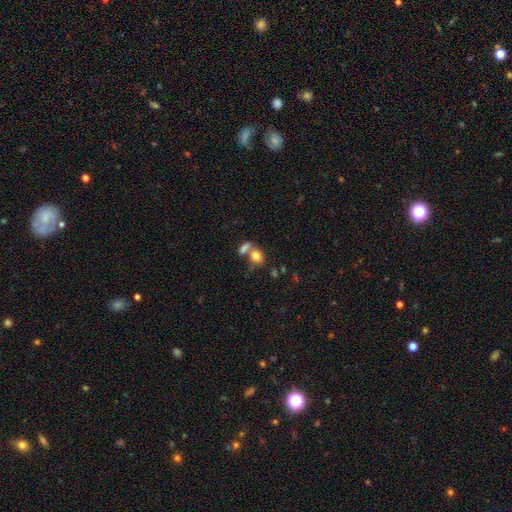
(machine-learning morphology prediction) smooth_or_featured: smooth (p=0.79) [alt: featured or disk p=0.11]
how_rounded: in between (p=0.66) [alt: round p=0.32]
merging: merger (p=0.44) [alt: none p=0.39]